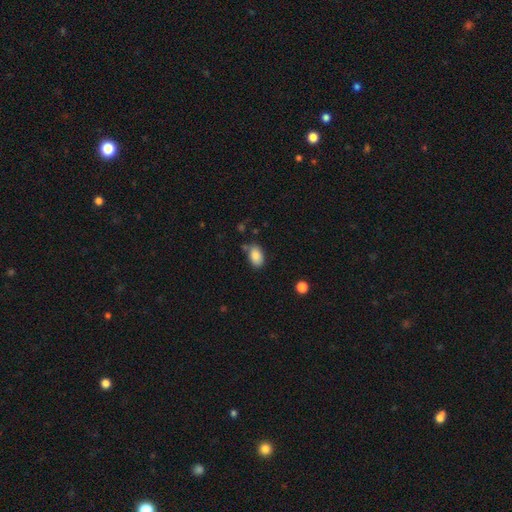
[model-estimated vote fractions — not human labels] smooth 86%, star or artifact 8%, featured or disk 6%. Down the decision tree: how rounded — in between (88%); merging — none (68%).